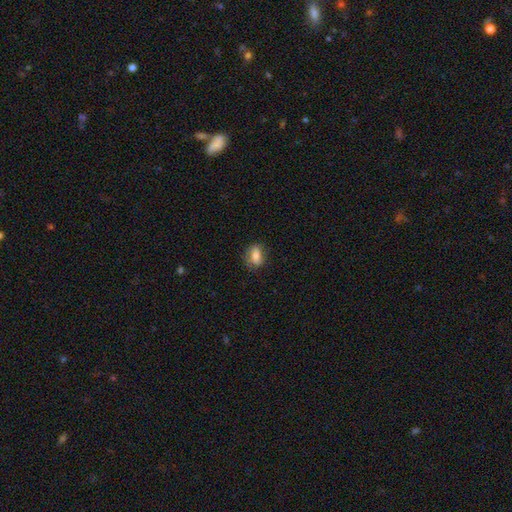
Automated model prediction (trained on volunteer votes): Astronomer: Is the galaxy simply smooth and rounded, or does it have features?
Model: smooth — 69%.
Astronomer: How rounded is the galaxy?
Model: in between — 75%.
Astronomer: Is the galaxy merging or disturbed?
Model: none — 72%.